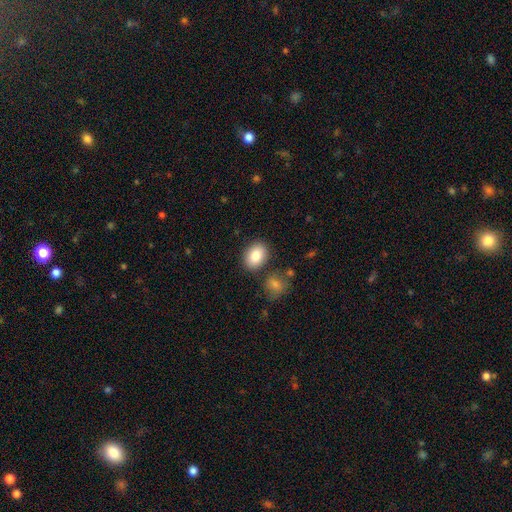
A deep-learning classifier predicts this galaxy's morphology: smooth 85%, featured or disk 8%, star or artifact 7%. Down the decision tree: how rounded — in between (75%); merging — none (80%).